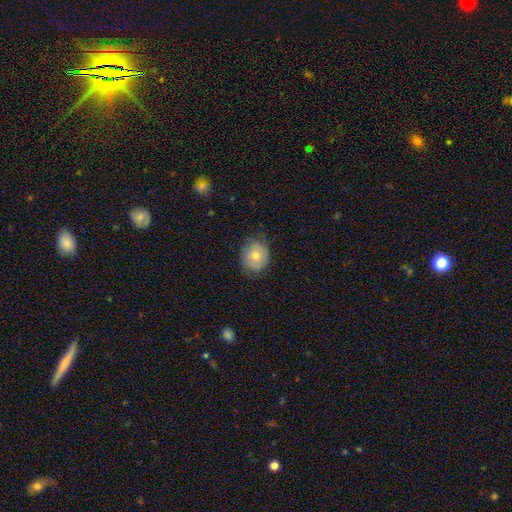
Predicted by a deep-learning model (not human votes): This is likely a smooth galaxy (66%). How rounded: likely round (74%). Merging: likely none (77%).